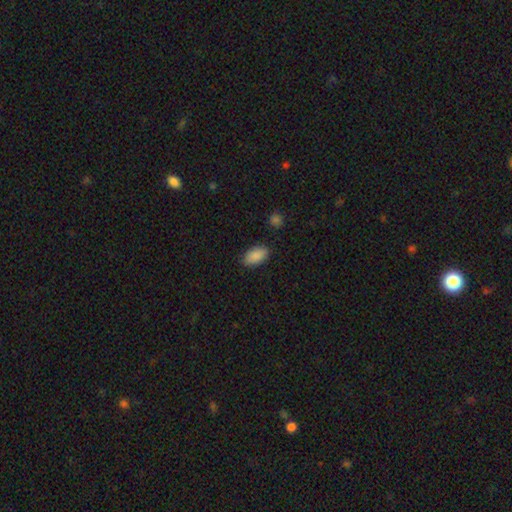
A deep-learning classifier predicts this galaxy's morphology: Overall: smooth (89%). How rounded: in between (93%). Merging: none (86%).